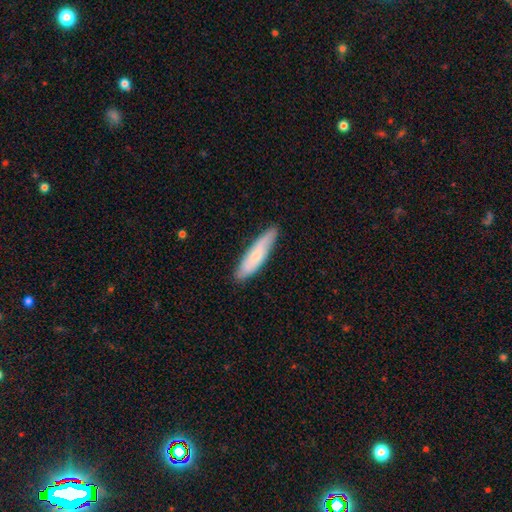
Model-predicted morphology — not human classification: The model was most divided on "smooth or featured": smooth: 67%, featured or disk: 27%, star or artifact: 6%. More confident: merging — none (83%); how rounded — cigar-shaped (73%).